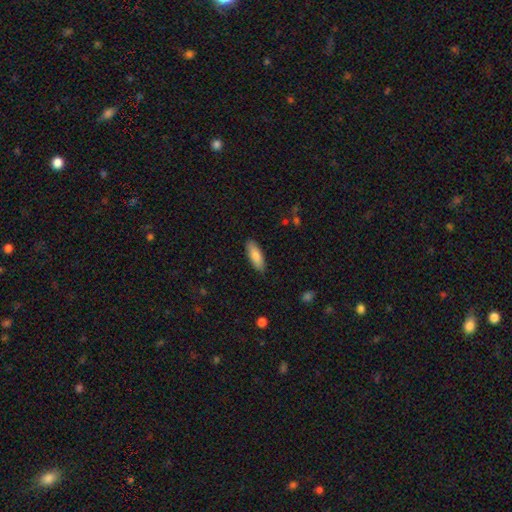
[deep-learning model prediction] A smooth galaxy with no disk features (85%) that is in between round and cigar-shaped (65%).

Vote fractions:
- Smooth or featured? smooth: 85% / featured or disk: 10% / star or artifact: 6%
- How rounded? in between: 65% / cigar-shaped: 33% / round: 2%
- Merging? none: 87% / minor disturbance: 10% / major disturbance: 2% / merger: 1%